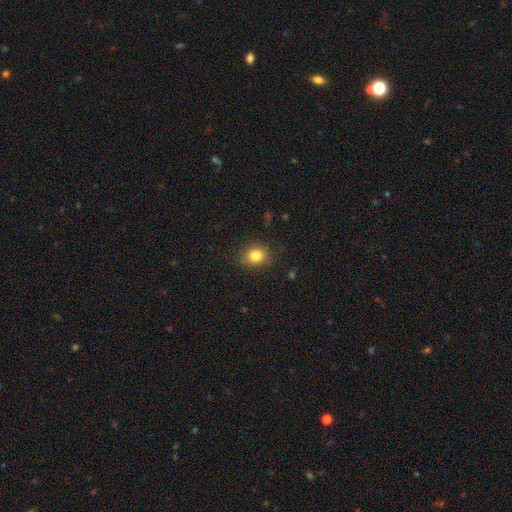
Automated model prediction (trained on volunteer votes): Morphology: type=smooth (83%); roundness=round (63%); merging=none (86%).